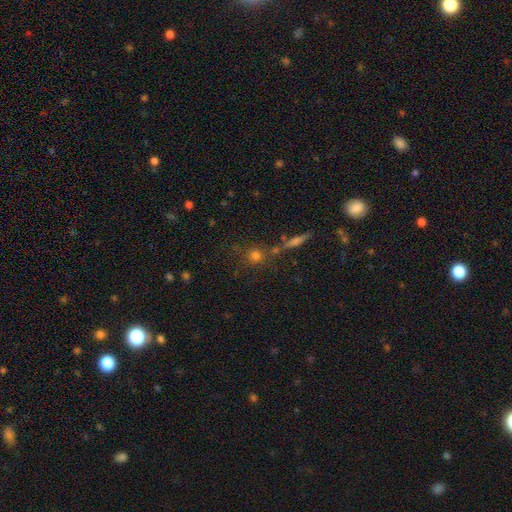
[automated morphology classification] Q: Smooth or featured?
A: smooth (66%); runner-up: star or artifact (20%)
Q: How rounded?
A: round (89%); runner-up: in between (8%)
Q: Merging?
A: none (70%); runner-up: merger (15%)